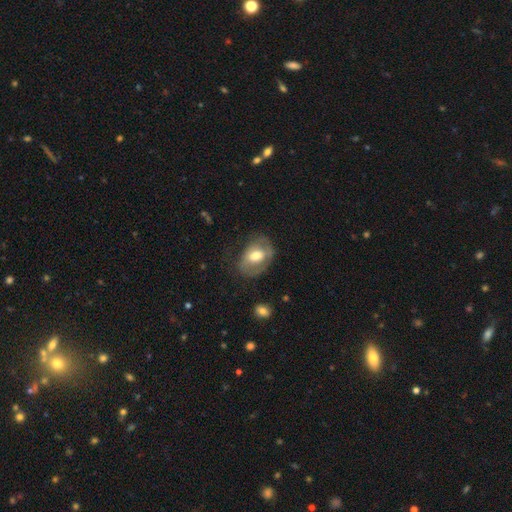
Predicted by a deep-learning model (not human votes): A smooth galaxy with no disk features (55%) that is in between round and cigar-shaped (77%).

Vote fractions:
- Smooth or featured? smooth: 55% / featured or disk: 38% / star or artifact: 7%
- How rounded? in between: 77% / round: 22% / cigar-shaped: 1%
- Merging? none: 56% / minor disturbance: 25% / major disturbance: 16% / merger: 2%